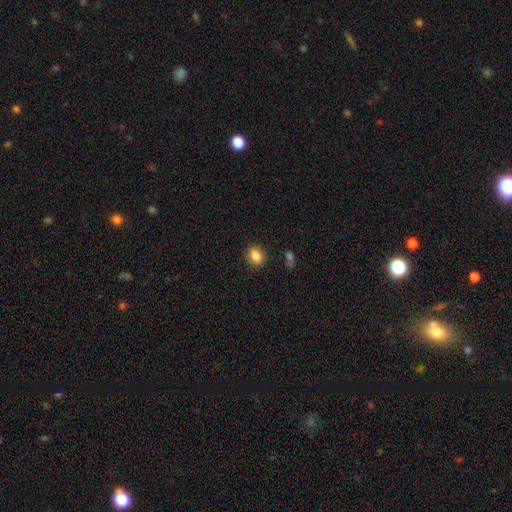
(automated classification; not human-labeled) A smooth galaxy with no disk features (85%) that is in between round and cigar-shaped (54%).

Vote fractions:
- Smooth or featured? smooth: 85% / star or artifact: 9% / featured or disk: 6%
- How rounded? in between: 54% / round: 45% / cigar-shaped: 1%
- Merging? none: 87% / minor disturbance: 9% / major disturbance: 2% / merger: 2%